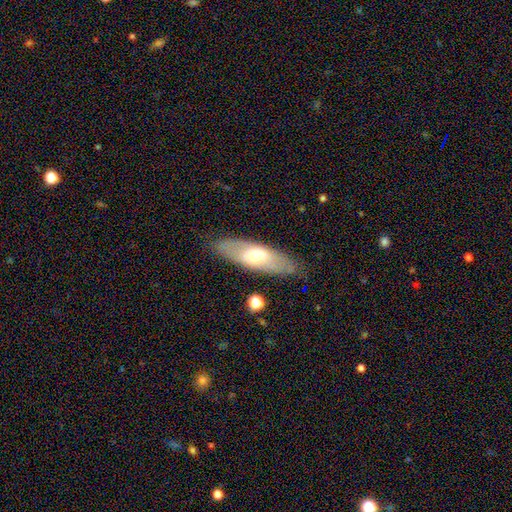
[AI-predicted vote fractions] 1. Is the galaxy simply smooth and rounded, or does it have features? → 49% smooth, 45% featured or disk, 6% star or artifact.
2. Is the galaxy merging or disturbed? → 83% none, 12% minor disturbance, 3% major disturbance, 2% merger.